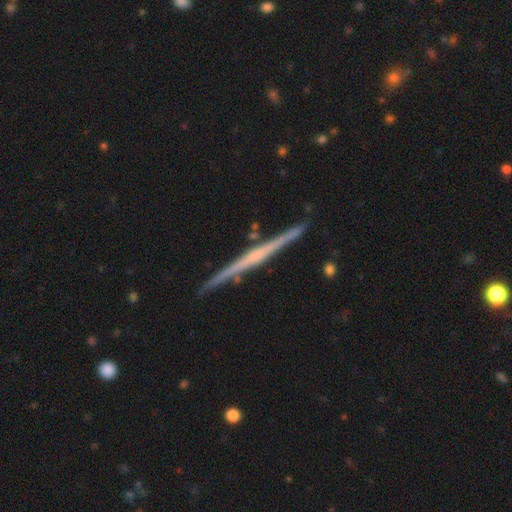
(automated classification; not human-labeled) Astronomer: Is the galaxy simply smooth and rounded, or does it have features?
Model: featured or disk — 75%.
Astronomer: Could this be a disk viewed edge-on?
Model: yes — 98%.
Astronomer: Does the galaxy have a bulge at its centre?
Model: none — 64%.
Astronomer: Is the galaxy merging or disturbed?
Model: none — 89%.